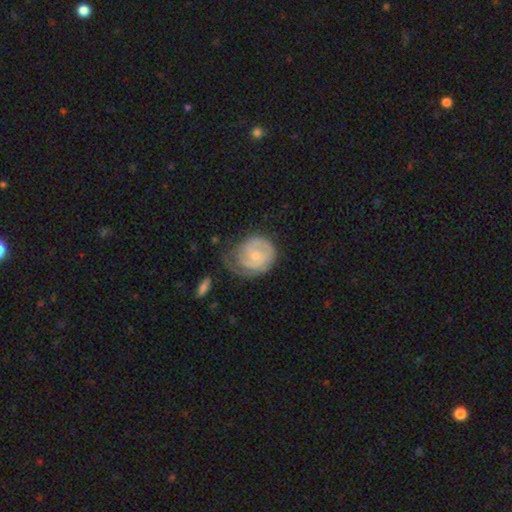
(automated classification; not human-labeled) Q: Smooth or featured?
A: featured or disk (69%); runner-up: smooth (26%)
Q: Edge-on disk?
A: no (98%); runner-up: yes (2%)
Q: Bar?
A: no (66%); runner-up: weak (30%)
Q: Spiral arms?
A: yes (89%); runner-up: no (11%)
Q: Spiral winding?
A: tight (61%); runner-up: medium (29%)
Q: Spiral arm count?
A: 2 (42%); runner-up: can't tell (26%)
Q: Bulge size?
A: small (64%); runner-up: moderate (28%)
Q: Merging?
A: none (48%); runner-up: minor disturbance (30%)